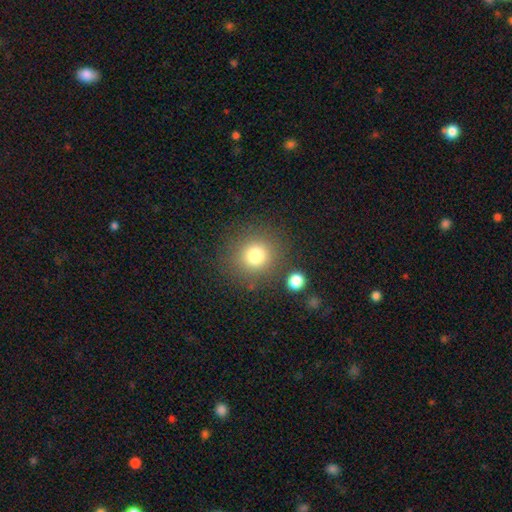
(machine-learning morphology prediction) Smooth or featured: smooth — 78% (star or artifact — 14%)
How rounded: round — 91% (in between — 8%)
Merging: none — 82% (minor disturbance — 8%)